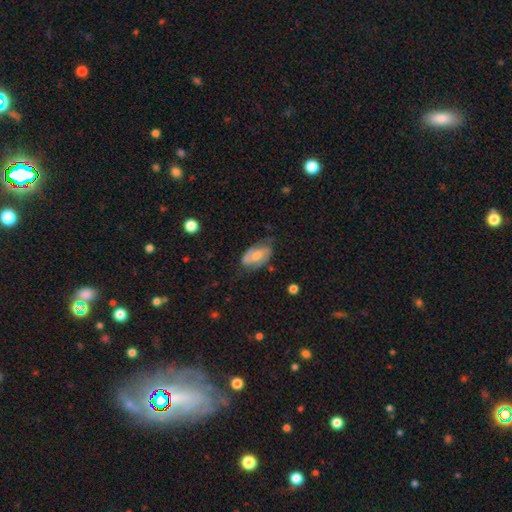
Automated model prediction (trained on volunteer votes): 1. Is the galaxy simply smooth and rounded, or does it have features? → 56% featured or disk, 37% smooth, 7% star or artifact.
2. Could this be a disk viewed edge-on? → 94% no, 6% yes.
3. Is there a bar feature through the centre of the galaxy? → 44% weak, 36% no, 19% strong.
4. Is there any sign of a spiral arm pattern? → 81% yes, 19% no.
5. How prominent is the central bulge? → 55% moderate, 27% small, 10% large, 6% none, 1% dominant.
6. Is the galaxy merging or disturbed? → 65% none, 25% minor disturbance, 8% major disturbance, 2% merger.